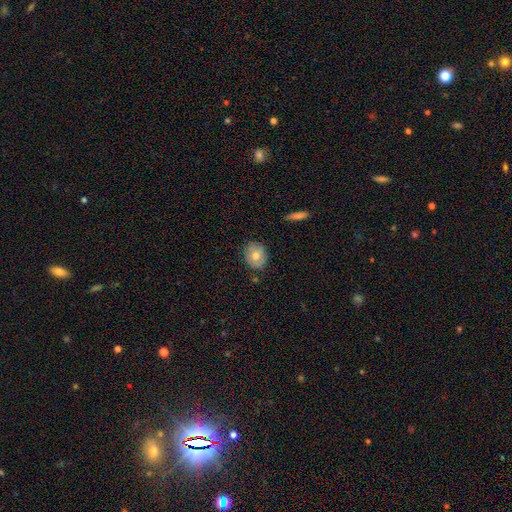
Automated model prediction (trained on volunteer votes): Smooth or featured? Predicted: smooth (p=0.71). How rounded? Predicted: round (p=0.67). Merging? Predicted: none (p=0.82).